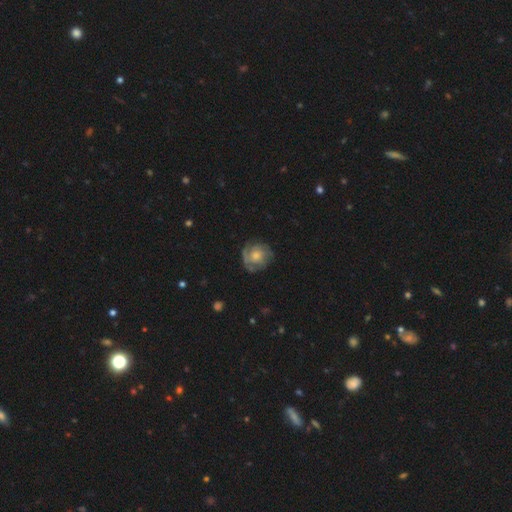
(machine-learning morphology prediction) featured or disk 56%, smooth 38%, star or artifact 7%. Down the decision tree: edge-on disk — no (97%); bar — no (83%); spiral arms — yes (72%); bulge size — moderate (50%); merging — none (70%).